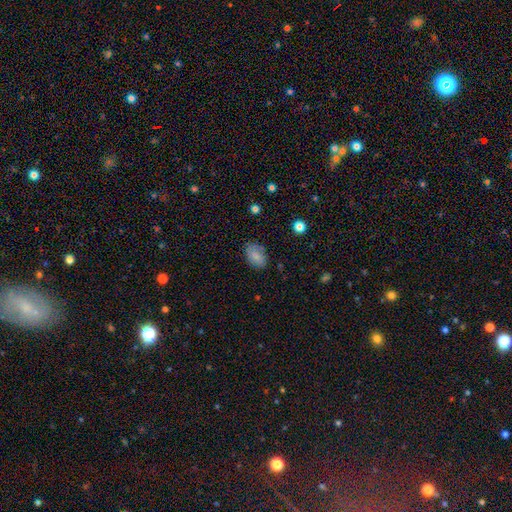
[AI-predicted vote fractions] This appears to be a smooth galaxy with no disk features (84%) that is in between round and cigar-shaped (88%). Merging: none (75%).